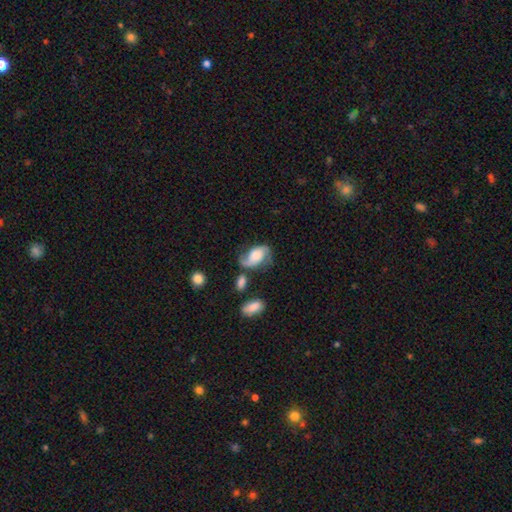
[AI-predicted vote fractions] Overall: featured or disk (65%; smooth 28%). Edge-on disk: no (96%). Bar: no (62%; weak 29%). Spiral arms: yes (91%). Spiral arm count: 2 (80%). Spiral winding: loose (53%; medium 35%). Bulge size: large (38%; moderate 25%). Merging: none (50%; minor disturbance 24%).